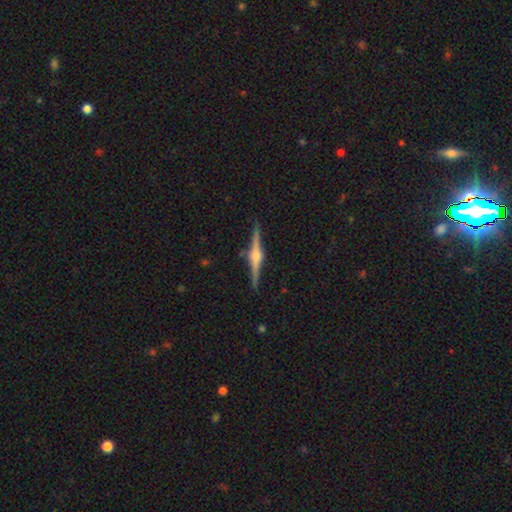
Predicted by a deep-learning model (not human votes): The model was most divided on "smooth or featured": featured or disk: 84%, smooth: 10%, star or artifact: 6%. More confident: edge-on disk — yes (98%); merging — none (89%); edge-on bulge — rounded (87%).